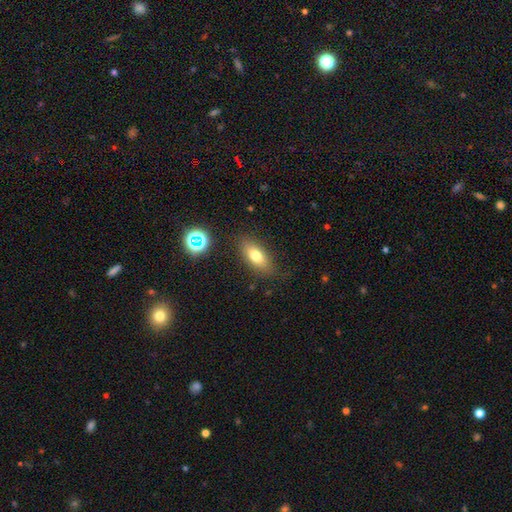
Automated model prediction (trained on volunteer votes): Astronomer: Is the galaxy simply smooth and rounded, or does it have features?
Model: smooth — 74%.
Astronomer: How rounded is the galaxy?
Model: in between — 80%.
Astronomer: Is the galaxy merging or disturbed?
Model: none — 82%.